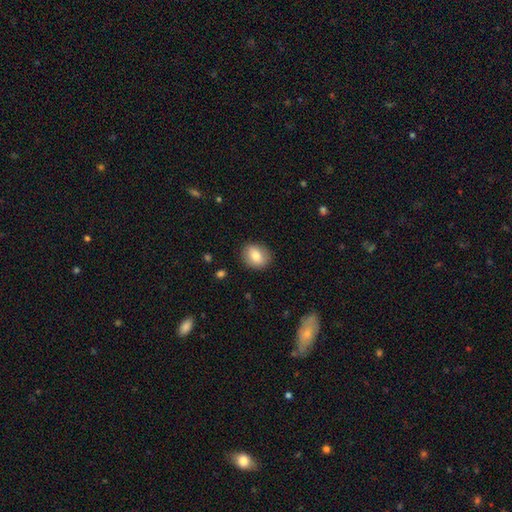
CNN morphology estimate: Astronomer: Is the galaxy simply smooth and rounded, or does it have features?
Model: smooth — 78%.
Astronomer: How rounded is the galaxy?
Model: round — 55% (runner-up: in between, 44%).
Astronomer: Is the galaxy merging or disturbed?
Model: none — 88%.